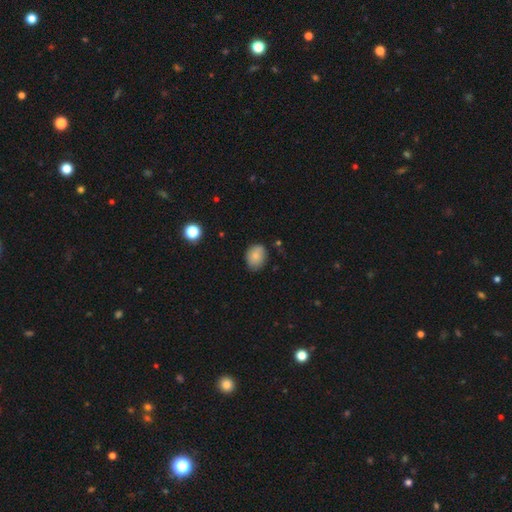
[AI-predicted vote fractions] Smooth or featured?
  - smooth: 82% *
  - featured or disk: 10%
  - star or artifact: 8%
How rounded?
  - in between: 58% *
  - round: 41%
  - cigar-shaped: 1%
Merging?
  - none: 76% *
  - minor disturbance: 19%
  - major disturbance: 3%
  - merger: 2%